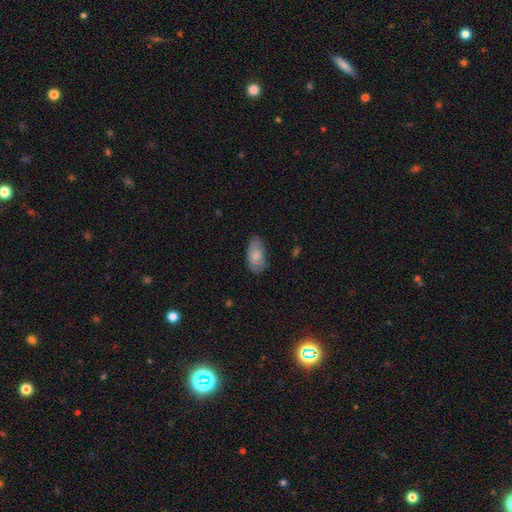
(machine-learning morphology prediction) Smooth or featured?
  - smooth: 77% *
  - featured or disk: 17%
  - star or artifact: 6%
How rounded?
  - in between: 92% *
  - cigar-shaped: 4%
  - round: 3%
Merging?
  - none: 69% *
  - minor disturbance: 24%
  - major disturbance: 5%
  - merger: 1%